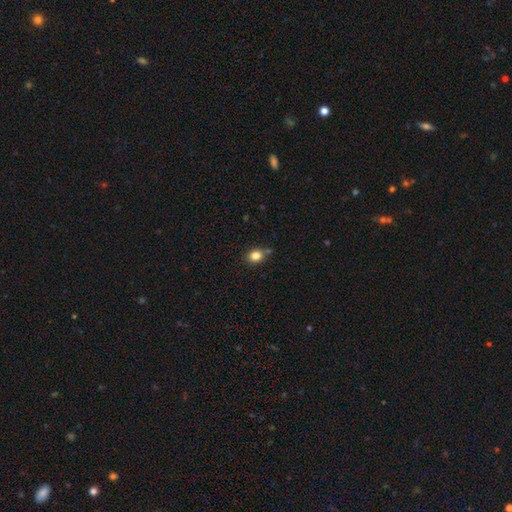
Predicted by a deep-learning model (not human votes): A smooth galaxy with no disk features (84%) that is round (67%).

Vote fractions:
- Smooth or featured? smooth: 84% / star or artifact: 11% / featured or disk: 5%
- How rounded? round: 67% / in between: 32% / cigar-shaped: 1%
- Merging? none: 73% / minor disturbance: 15% / merger: 8% / major disturbance: 3%